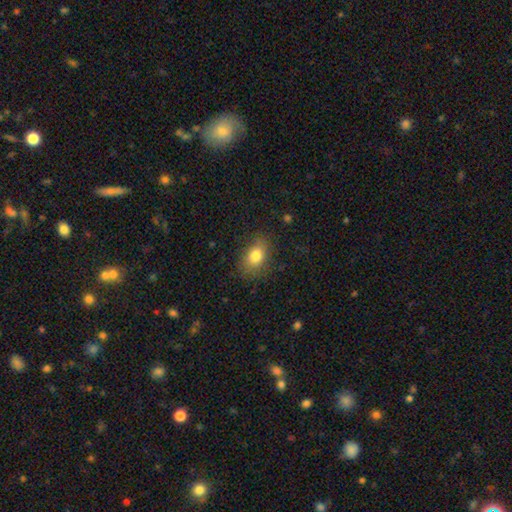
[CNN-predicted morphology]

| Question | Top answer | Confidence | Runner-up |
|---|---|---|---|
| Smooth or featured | smooth | 80% | featured or disk (10%) |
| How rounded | in between | 76% | round (22%) |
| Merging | none | 78% | minor disturbance (16%) |